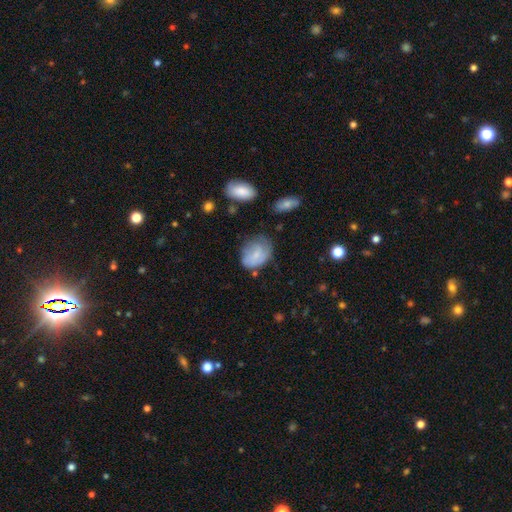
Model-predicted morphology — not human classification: Smooth or featured? smooth (65%)
How rounded? in between (64%)
Merging? none (46%)